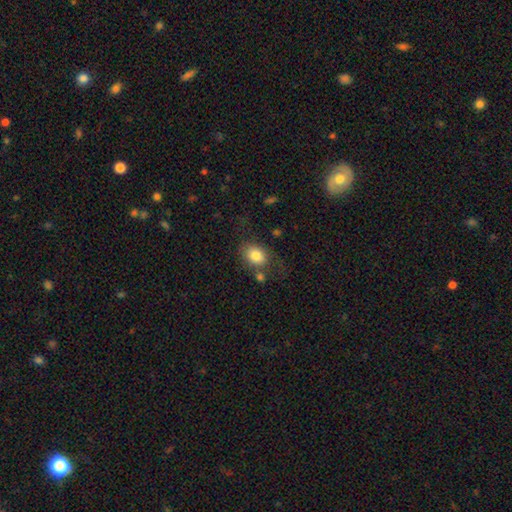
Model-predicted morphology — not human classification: Smooth or featured? smooth (82%)
How rounded? in between (59%)
Merging? none (62%)